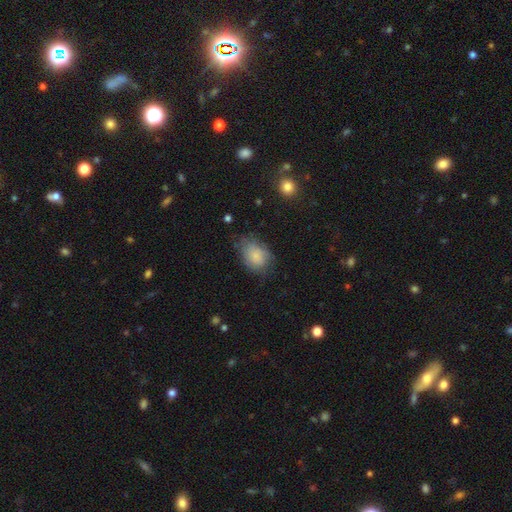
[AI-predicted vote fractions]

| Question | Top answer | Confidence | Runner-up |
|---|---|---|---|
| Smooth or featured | smooth | 78% | featured or disk (14%) |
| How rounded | in between | 71% | round (28%) |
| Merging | none | 58% | minor disturbance (29%) |